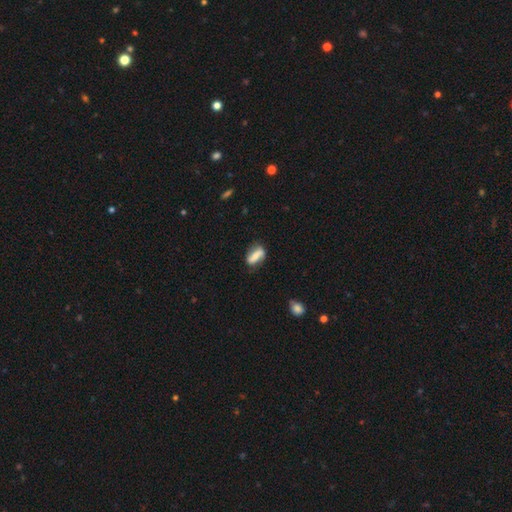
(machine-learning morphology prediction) Smooth or featured? smooth (57%)
How rounded? in between (68%)
Merging? none (67%)